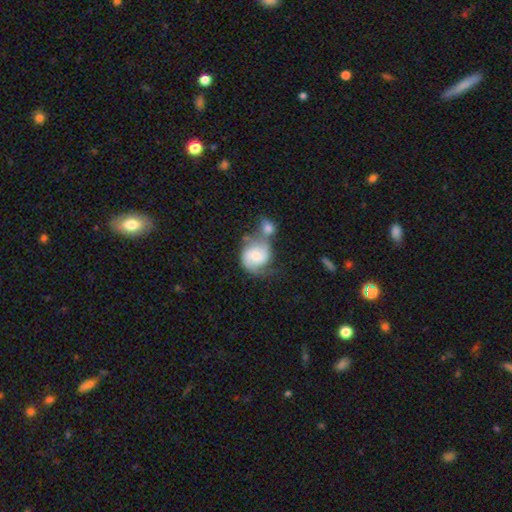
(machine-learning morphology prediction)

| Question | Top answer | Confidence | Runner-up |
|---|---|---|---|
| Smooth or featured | featured or disk | 64% | smooth (30%) |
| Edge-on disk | no | 98% | yes (2%) |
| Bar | no | 58% | weak (35%) |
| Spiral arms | yes | 90% | no (10%) |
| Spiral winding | medium | 47% | tight (27%) |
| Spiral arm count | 2 | 77% | can't tell (10%) |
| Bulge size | small | 44% | moderate (40%) |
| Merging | merger | 48% | none (26%) |